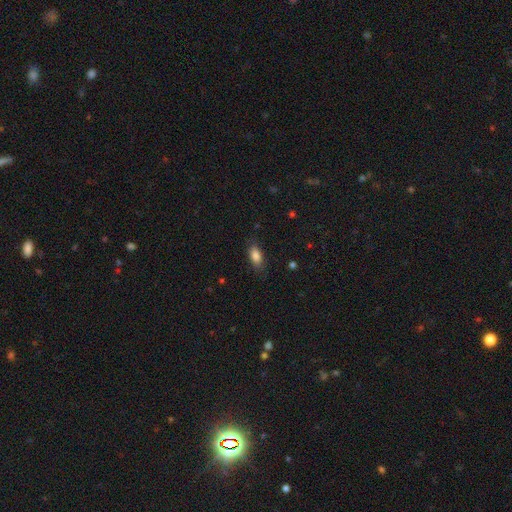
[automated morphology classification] Smooth or featured? smooth (84%)
How rounded? in between (87%)
Merging? none (82%)